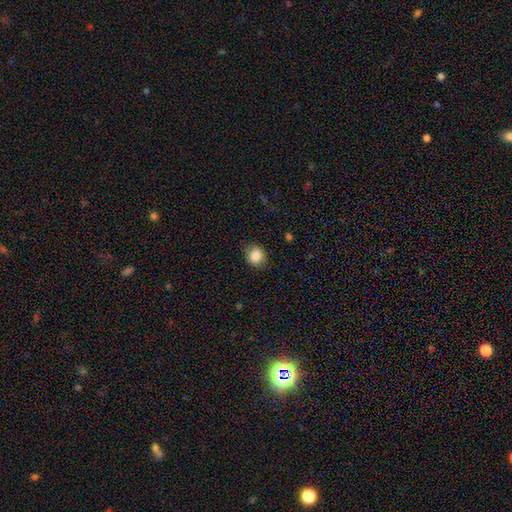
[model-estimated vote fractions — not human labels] Smooth or featured? smooth (86%)
How rounded? round (77%)
Merging? none (84%)